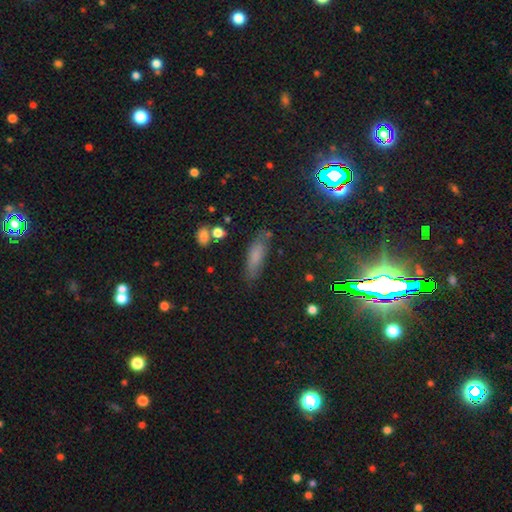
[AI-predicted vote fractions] smooth-or-featured: smooth: 69% | star or artifact: 16% | featured or disk: 15%
  how-rounded: in between: 52% | cigar-shaped: 45% | round: 3%
  merging: none: 71% | minor disturbance: 19% | major disturbance: 6% | merger: 4%